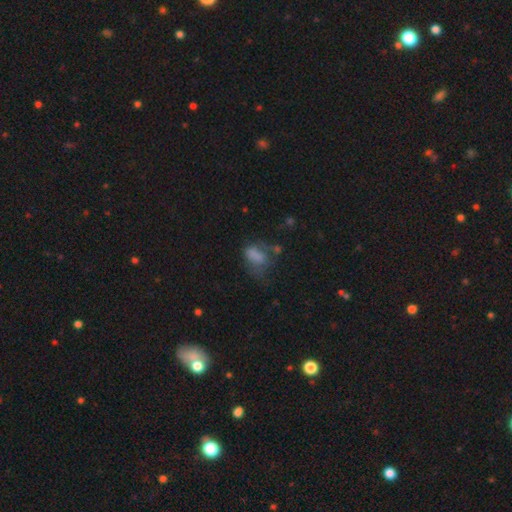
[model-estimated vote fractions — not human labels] This is likely a smooth galaxy (66%). How rounded: clearly in between (82%). Merging: marginally major disturbance (39%).